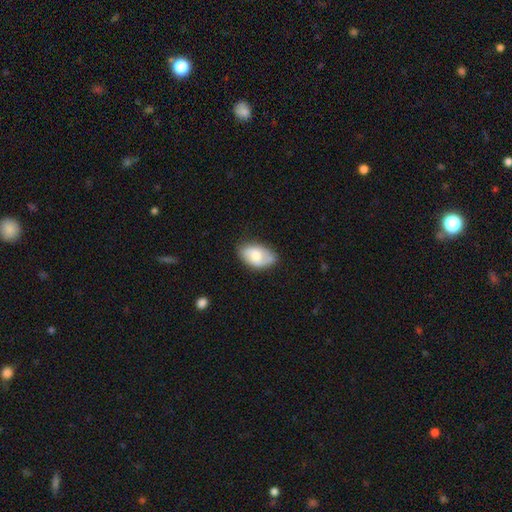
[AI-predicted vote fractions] Overall: smooth (65%; featured or disk 29%). How rounded: in between (93%). Merging: none (71%).